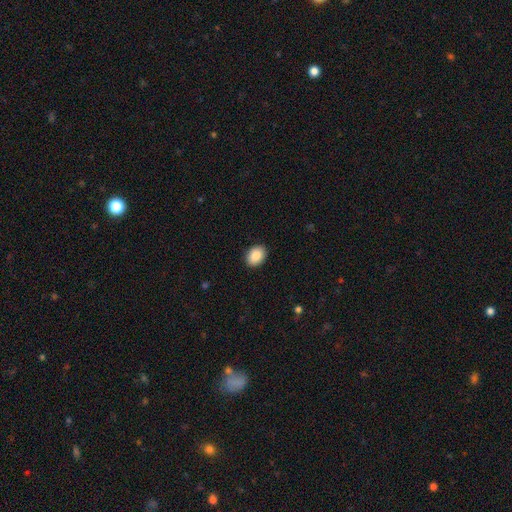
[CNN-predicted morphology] smooth_or_featured: smooth (p=0.88) [alt: star or artifact p=0.07]
how_rounded: in between (p=0.71) [alt: round p=0.28]
merging: none (p=0.91) [alt: minor disturbance p=0.06]